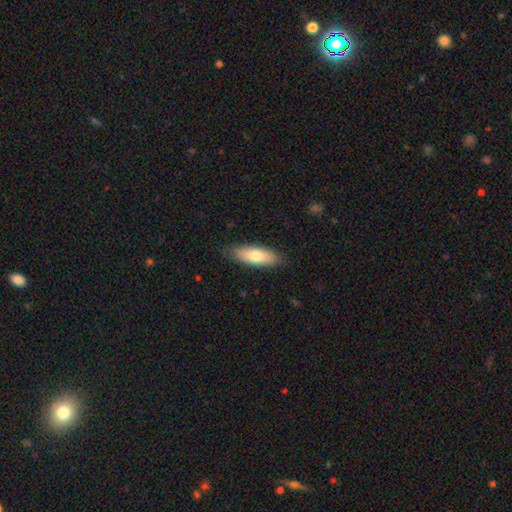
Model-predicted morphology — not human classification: smooth 74%, featured or disk 20%, star or artifact 6%. Down the decision tree: how rounded — in between (64%); merging — none (86%).